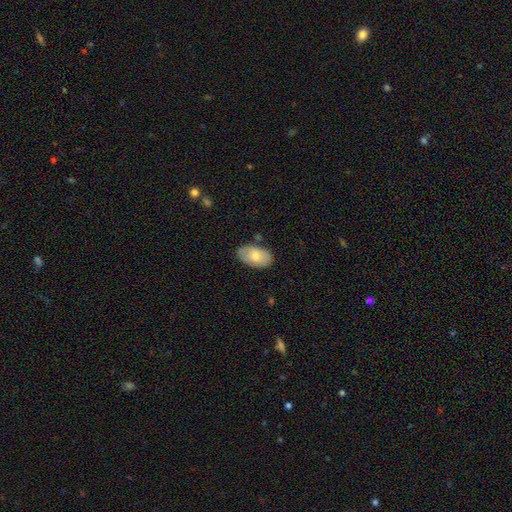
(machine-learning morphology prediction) This appears to be a smooth galaxy with no disk features (69%) that is in between round and cigar-shaped (94%). Merging: none (76%).